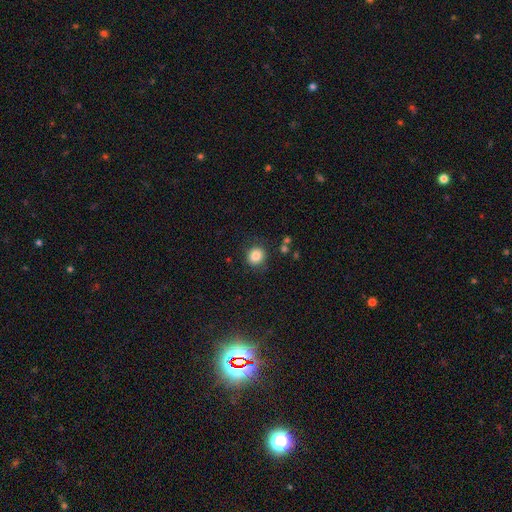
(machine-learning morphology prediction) The model was most divided on "how rounded": round: 84%, in between: 15%, cigar-shaped: 1%. More confident: smooth or featured — smooth (85%); merging — none (85%).